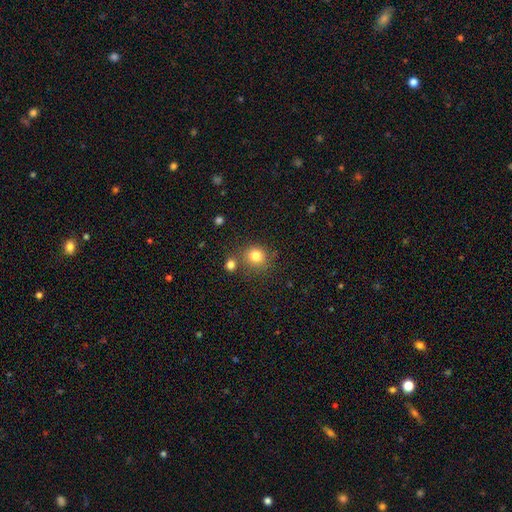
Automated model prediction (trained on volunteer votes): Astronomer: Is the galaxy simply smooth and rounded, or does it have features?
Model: smooth — 80%.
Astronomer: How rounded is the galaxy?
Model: round — 86%.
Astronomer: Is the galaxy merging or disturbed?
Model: none — 73%.